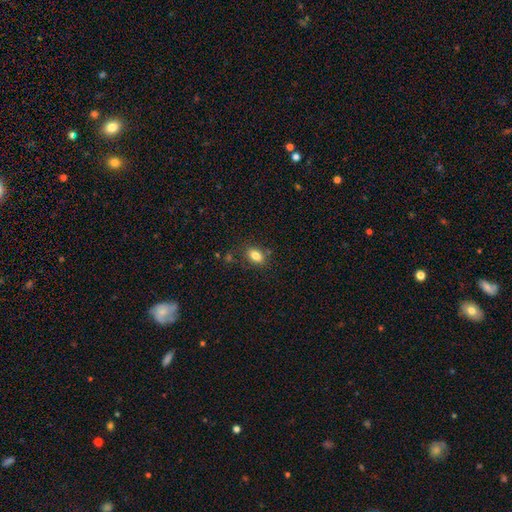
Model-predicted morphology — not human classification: Q: Smooth or featured?
A: smooth (82%); runner-up: star or artifact (9%)
Q: How rounded?
A: in between (83%); runner-up: round (15%)
Q: Merging?
A: none (77%); runner-up: minor disturbance (14%)